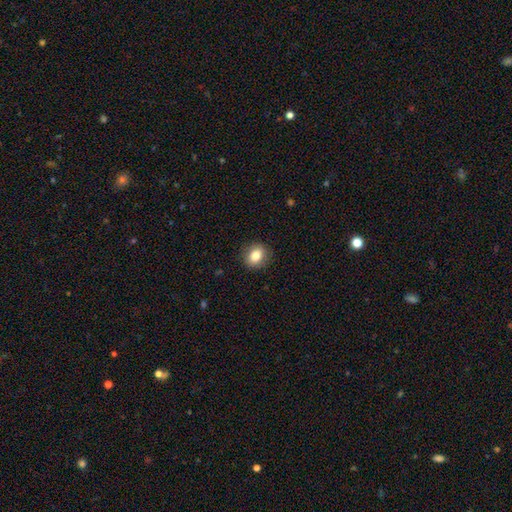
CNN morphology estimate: type=smooth (82%); roundness=round (64%); merging=none (89%).